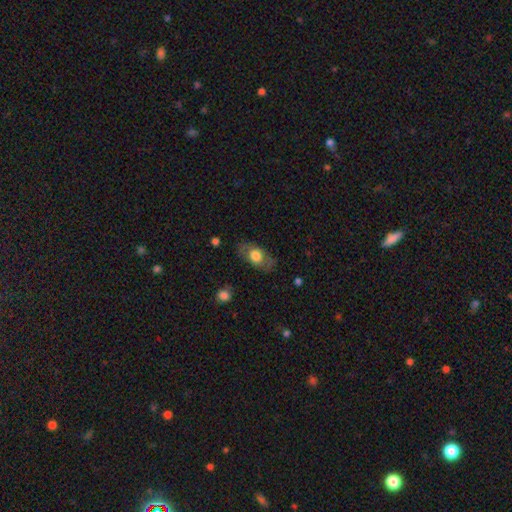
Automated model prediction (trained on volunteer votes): A smooth galaxy with no disk features (61%) that is in between round and cigar-shaped (82%).

Vote fractions:
- Smooth or featured? smooth: 61% / featured or disk: 32% / star or artifact: 7%
- How rounded? in between: 82% / round: 15% / cigar-shaped: 3%
- Merging? none: 77% / minor disturbance: 15% / major disturbance: 7% / merger: 1%